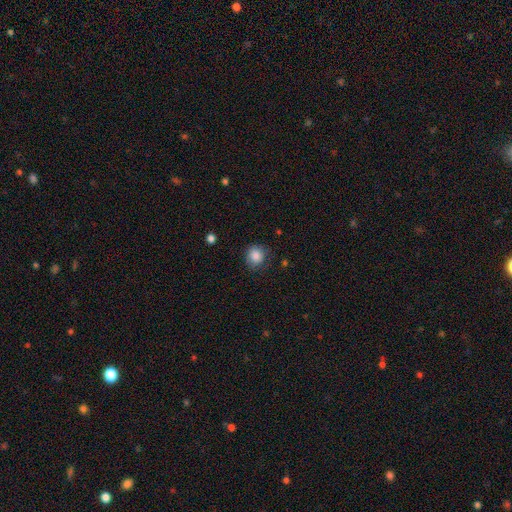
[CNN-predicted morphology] This appears to be a smooth galaxy with no disk features (86%) that is round (83%). Merging: none (76%).